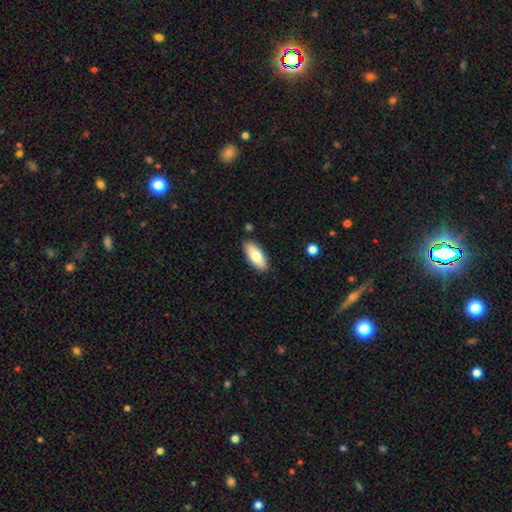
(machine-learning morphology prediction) type=smooth (76%); roundness=in between (82%); merging=none (87%).